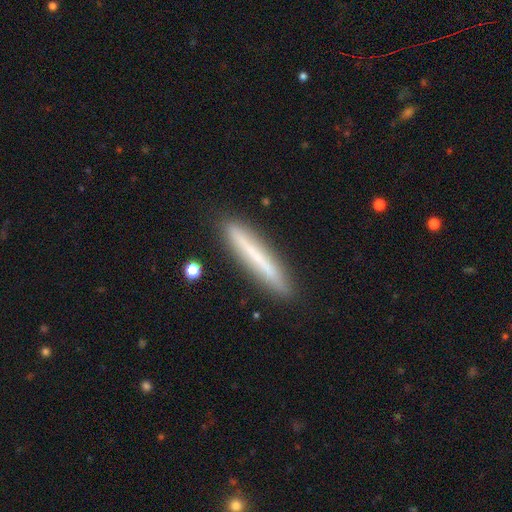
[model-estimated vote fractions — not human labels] Q: Smooth or featured?
A: smooth (55%); runner-up: featured or disk (38%)
Q: How rounded?
A: cigar-shaped (95%); runner-up: in between (3%)
Q: Merging?
A: none (88%); runner-up: minor disturbance (9%)